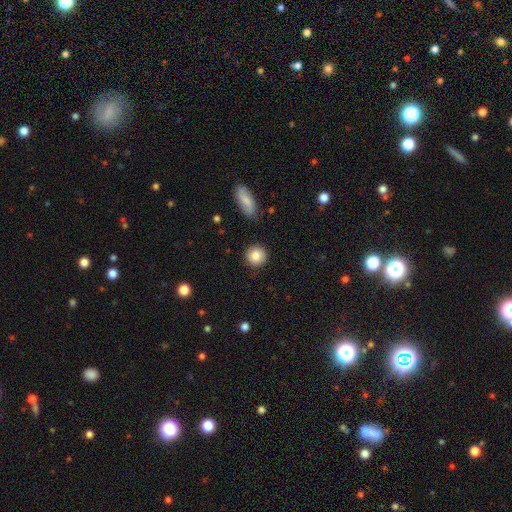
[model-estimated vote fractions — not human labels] Smooth or featured? Predicted: smooth (p=0.83). How rounded? Predicted: round (p=0.91). Merging? Predicted: none (p=0.88).